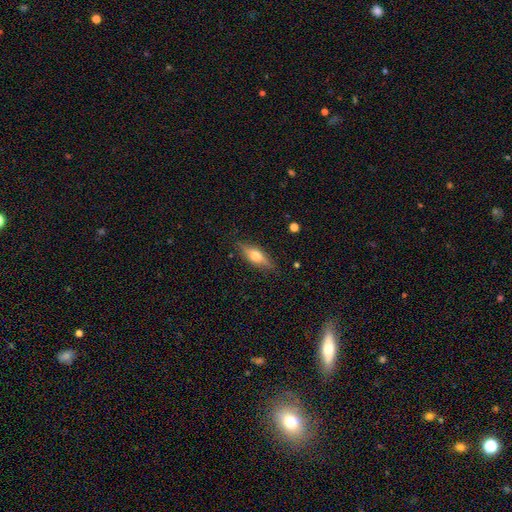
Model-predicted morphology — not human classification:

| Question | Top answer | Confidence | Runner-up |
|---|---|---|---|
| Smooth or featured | featured or disk | 52% | smooth (41%) |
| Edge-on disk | yes | 91% | no (9%) |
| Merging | none | 84% | minor disturbance (12%) |